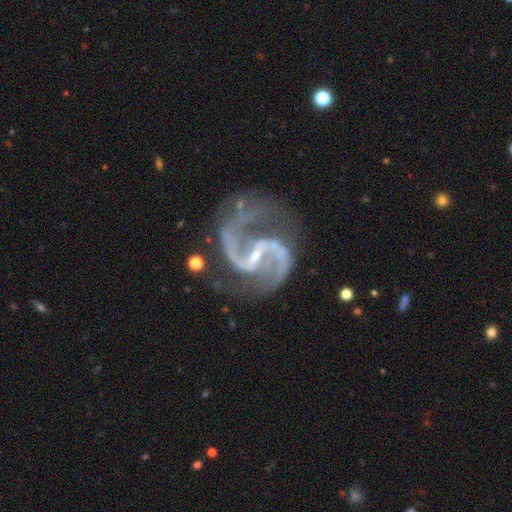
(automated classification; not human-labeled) Smooth or featured?
  - featured or disk: 94% *
  - star or artifact: 4%
  - smooth: 2%
Edge-on disk?
  - no: 98% *
  - yes: 2%
Bar?
  - weak: 39% * (tied)
  - strong: 39% * (tied)
  - no: 22%
Spiral arms?
  - yes: 99% *
  - no: 1%
Spiral winding?
  - medium: 59% *
  - loose: 29%
  - tight: 12%
Spiral arm count?
  - 2: 93% *
  - 3: 2%
  - can't tell: 1%
  - 1: 1%
  - 4: 1%
  - more than 4: 1%
Bulge size?
  - small: 82% *
  - moderate: 13%
  - none: 3%
  - large: 1%
  - dominant: 1%
Merging?
  - none: 63% *
  - minor disturbance: 20%
  - major disturbance: 13%
  - merger: 4%